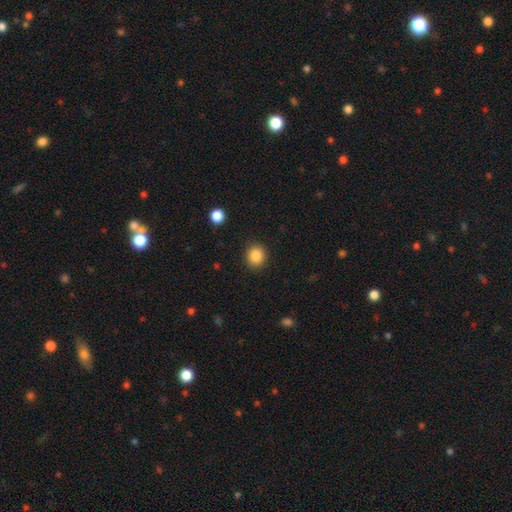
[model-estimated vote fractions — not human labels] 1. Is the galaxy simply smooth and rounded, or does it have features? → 87% smooth, 10% star or artifact, 3% featured or disk.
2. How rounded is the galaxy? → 80% round, 19% in between, 1% cigar-shaped.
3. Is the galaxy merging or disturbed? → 88% none, 8% minor disturbance, 3% major disturbance, 1% merger.